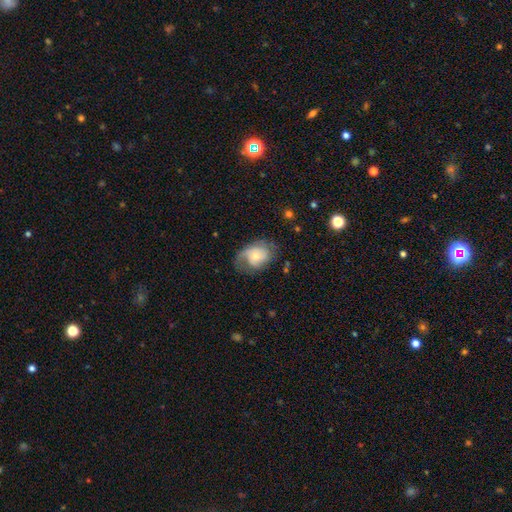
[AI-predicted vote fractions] smooth_or_featured: featured or disk (p=0.56) [alt: smooth p=0.36]
disk_edge_on: no (p=0.96) [alt: yes p=0.04]
bar: no (p=0.75) [alt: weak p=0.21]
has_spiral_arms: yes (p=0.80) [alt: no p=0.20]
bulge_size: moderate (p=0.47) [alt: small p=0.46]
merging: none (p=0.53) [alt: minor disturbance p=0.26]